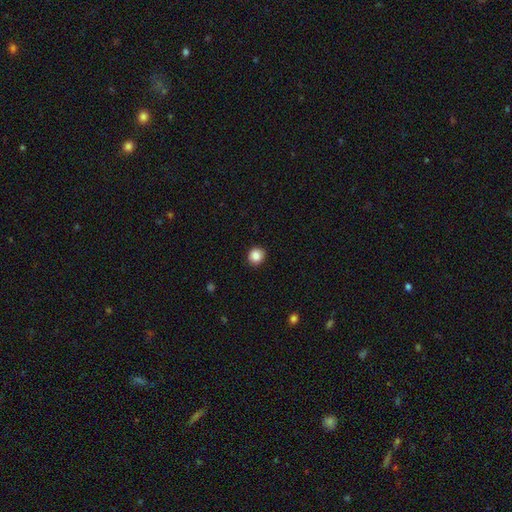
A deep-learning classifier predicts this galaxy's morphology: smooth_or_featured: smooth (p=0.86) [alt: star or artifact p=0.09]
how_rounded: round (p=0.88) [alt: in between p=0.11]
merging: none (p=0.91) [alt: minor disturbance p=0.06]